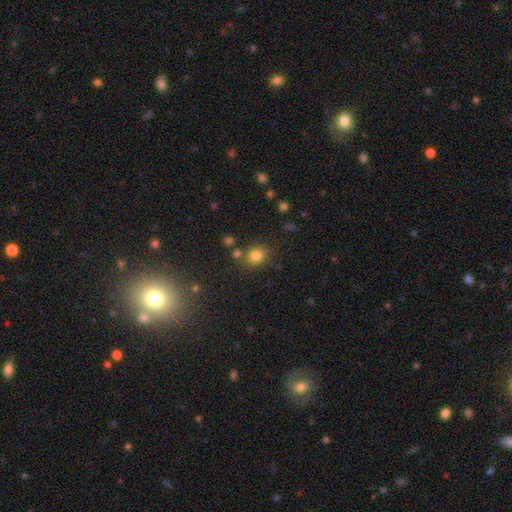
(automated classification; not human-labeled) A smooth galaxy with no disk features (81%) that is round (72%). Merging: none (75%).